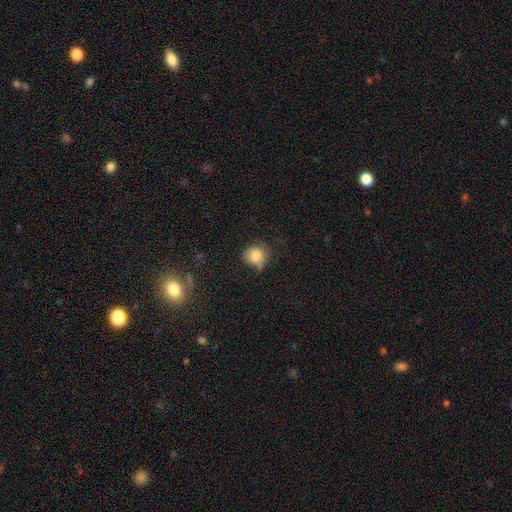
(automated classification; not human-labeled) Smooth or featured? smooth (81%)
How rounded? round (80%)
Merging? none (54%)